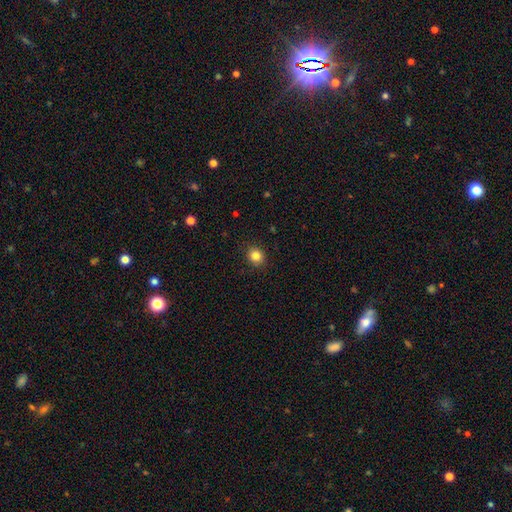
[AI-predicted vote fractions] Smooth or featured: smooth — 83% (star or artifact — 11%)
How rounded: round — 74% (in between — 25%)
Merging: none — 89% (minor disturbance — 8%)